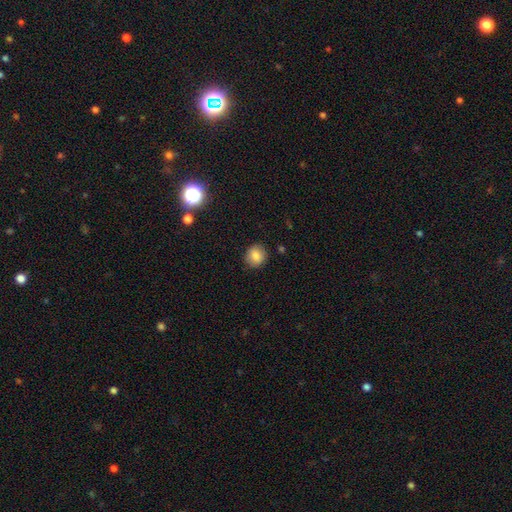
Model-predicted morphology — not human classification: type=smooth (83%); roundness=round (86%); merging=none (88%).